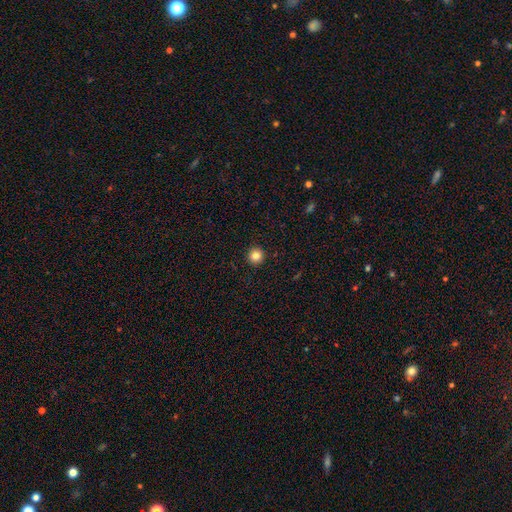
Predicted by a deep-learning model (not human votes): The model was most divided on "smooth or featured": smooth: 83%, star or artifact: 12%, featured or disk: 6%. More confident: how rounded — round (96%); merging — none (94%).